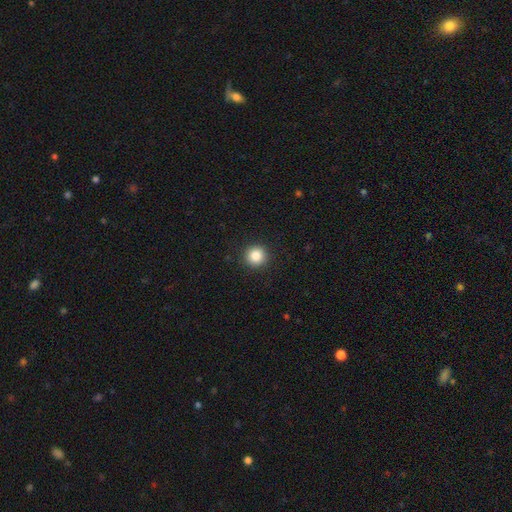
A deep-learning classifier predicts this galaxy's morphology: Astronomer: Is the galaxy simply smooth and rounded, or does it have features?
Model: smooth — 85%.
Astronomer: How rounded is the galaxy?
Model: round — 95%.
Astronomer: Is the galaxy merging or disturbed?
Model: none — 92%.